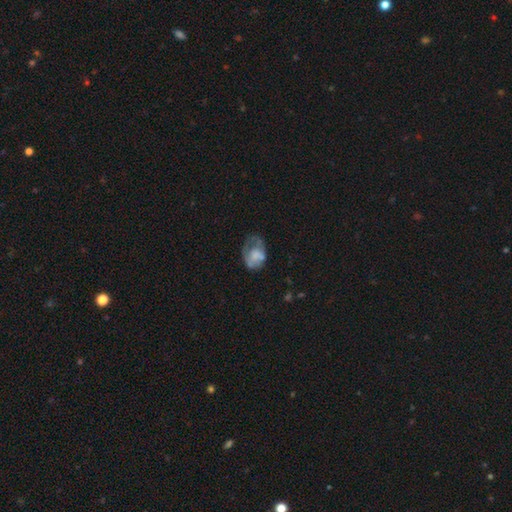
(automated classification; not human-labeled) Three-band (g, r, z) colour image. It shows a smooth galaxy with no disk features (55%) that is in between round and cigar-shaped (72%). Merging: major disturbance (35%).